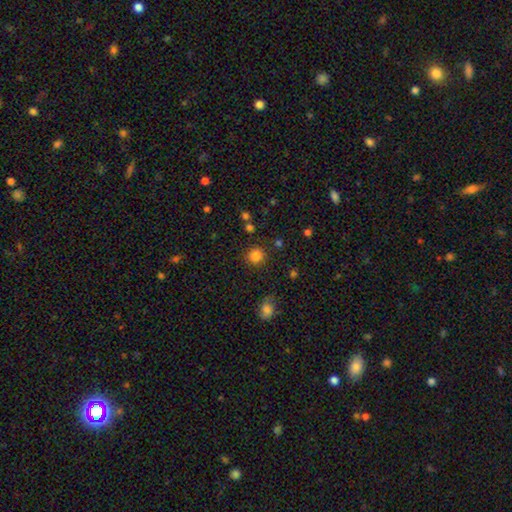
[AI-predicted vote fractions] smooth-or-featured: smooth: 83% | star or artifact: 13% | featured or disk: 4%
  how-rounded: round: 91% | in between: 8% | cigar-shaped: 1%
  merging: none: 86% | minor disturbance: 8% | merger: 3% | major disturbance: 3%